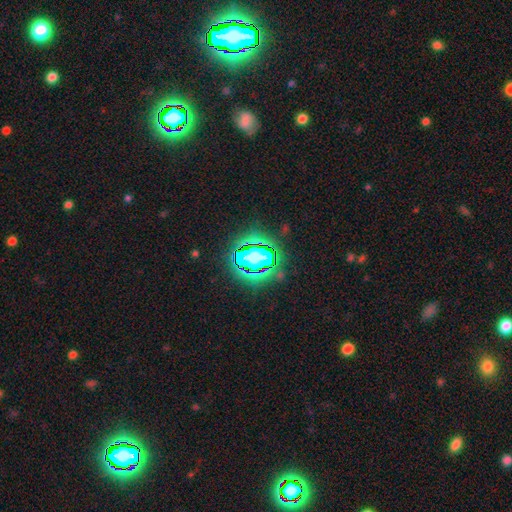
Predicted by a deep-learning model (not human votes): Q: Smooth or featured?
A: star or artifact (56%); runner-up: smooth (27%)